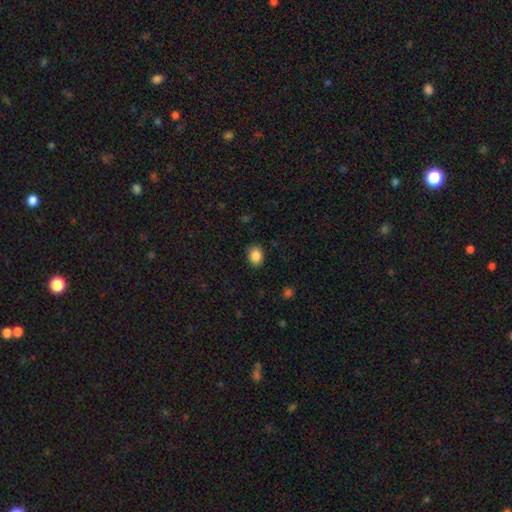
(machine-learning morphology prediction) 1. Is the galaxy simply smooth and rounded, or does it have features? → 87% smooth, 9% star or artifact, 4% featured or disk.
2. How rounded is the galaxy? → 53% in between, 46% round, 1% cigar-shaped.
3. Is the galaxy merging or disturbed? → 87% none, 9% minor disturbance, 2% major disturbance, 1% merger.